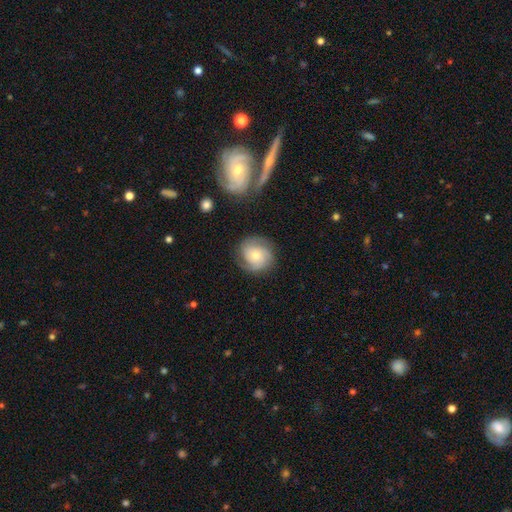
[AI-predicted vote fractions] Smooth or featured?
  - featured or disk: 64% *
  - smooth: 29%
  - star or artifact: 8%
Edge-on disk?
  - no: 97% *
  - yes: 3%
Bar?
  - no: 79% *
  - weak: 18%
  - strong: 3%
Spiral arms?
  - yes: 91% *
  - no: 9%
Spiral winding?
  - tight: 57% *
  - medium: 34%
  - loose: 10%
Spiral arm count?
  - 2: 33% *
  - 3: 31%
  - can't tell: 22%
  - 4: 6%
  - 1: 5%
  - more than 4: 4%
Bulge size?
  - moderate: 48% *
  - small: 46%
  - large: 4%
  - none: 2%
  - dominant: 1%
Merging?
  - none: 78% *
  - minor disturbance: 15%
  - major disturbance: 6%
  - merger: 2%